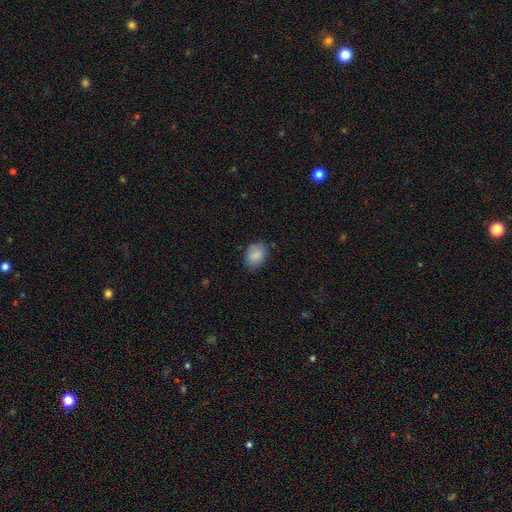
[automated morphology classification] Overall: smooth (86%). How rounded: in between (74%). Merging: none (75%).